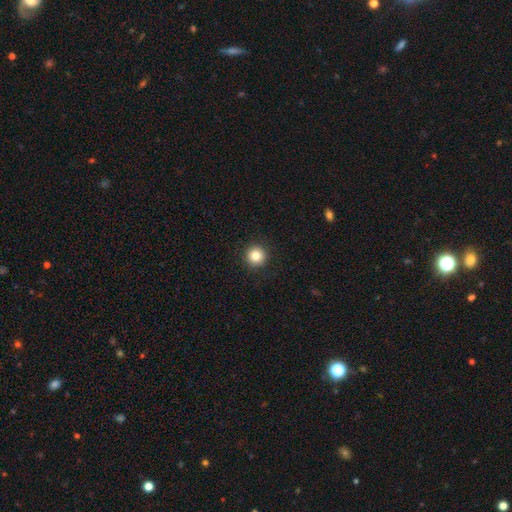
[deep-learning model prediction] smooth_or_featured: smooth (p=0.85) [alt: star or artifact p=0.10]
how_rounded: round (p=0.96) [alt: in between p=0.03]
merging: none (p=0.92) [alt: minor disturbance p=0.05]